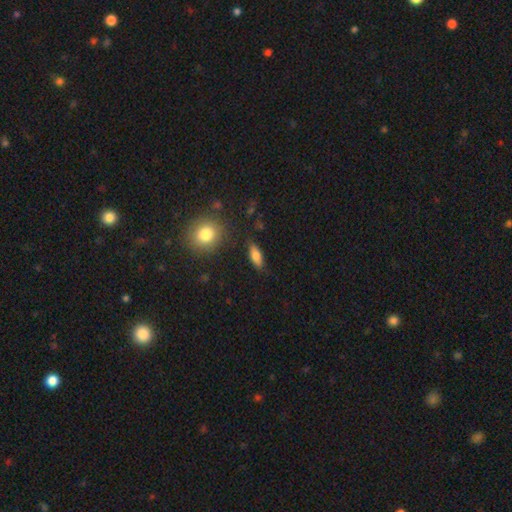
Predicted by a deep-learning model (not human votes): smooth_or_featured: smooth (p=0.75) [alt: featured or disk p=0.17]
how_rounded: in between (p=0.70) [alt: cigar-shaped p=0.25]
merging: none (p=0.82) [alt: minor disturbance p=0.13]